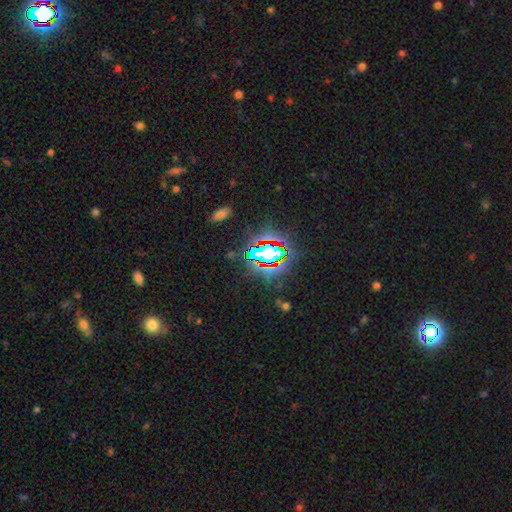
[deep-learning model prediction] Q: Smooth or featured?
A: star or artifact (81%); runner-up: smooth (11%)